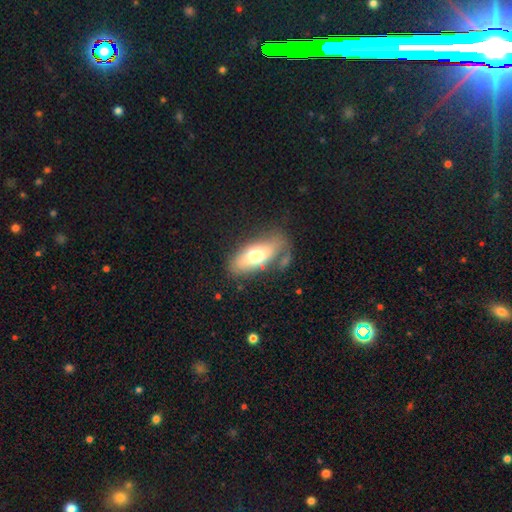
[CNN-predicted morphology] Overall: smooth (65%; featured or disk 28%). How rounded: in between (83%). Merging: none (59%; minor disturbance 21%).